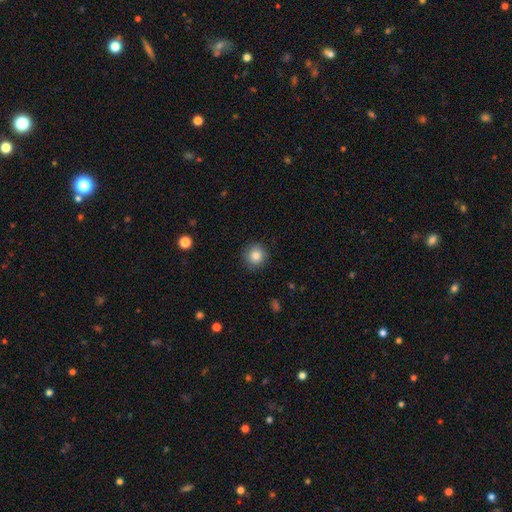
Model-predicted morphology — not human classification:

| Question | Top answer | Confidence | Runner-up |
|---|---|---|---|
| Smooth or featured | smooth | 84% | star or artifact (9%) |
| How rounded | round | 93% | in between (6%) |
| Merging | none | 88% | minor disturbance (8%) |